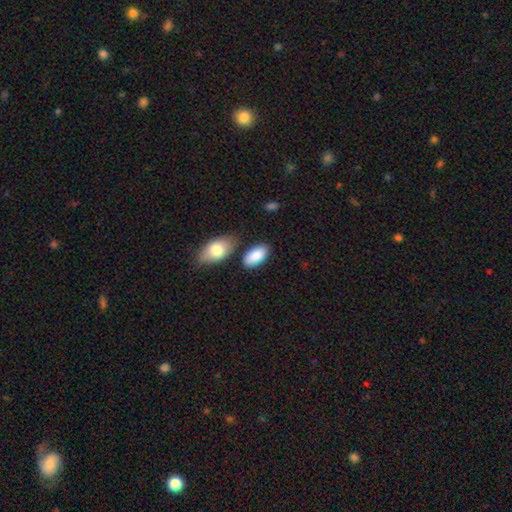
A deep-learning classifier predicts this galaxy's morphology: type=smooth (87%); roundness=in between (95%); merging=none (74%).